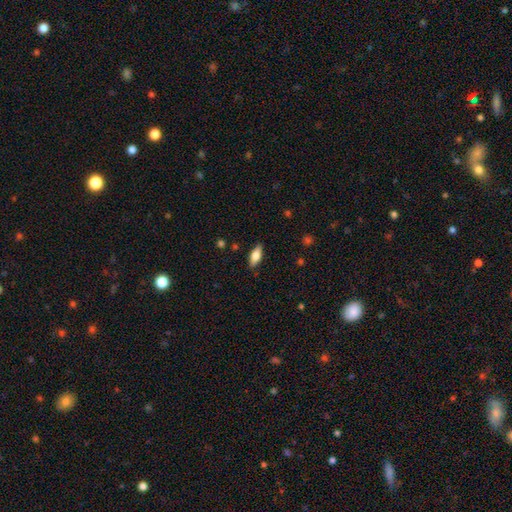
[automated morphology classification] Overall: smooth (71%). How rounded: in between (76%). Merging: none (86%).